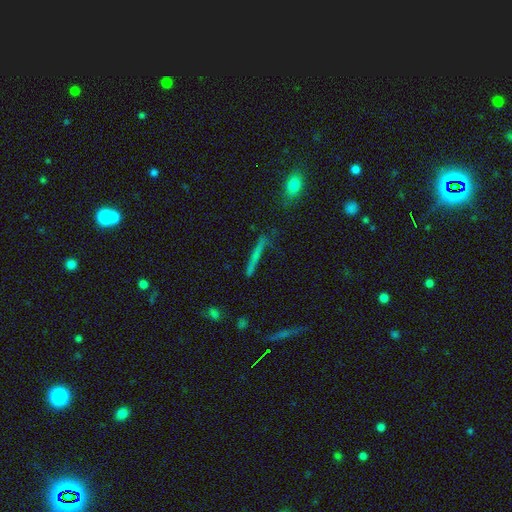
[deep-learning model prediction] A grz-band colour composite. It shows a smooth galaxy with no disk features (51%) that is cigar-shaped (92%). Merging: none (75%).